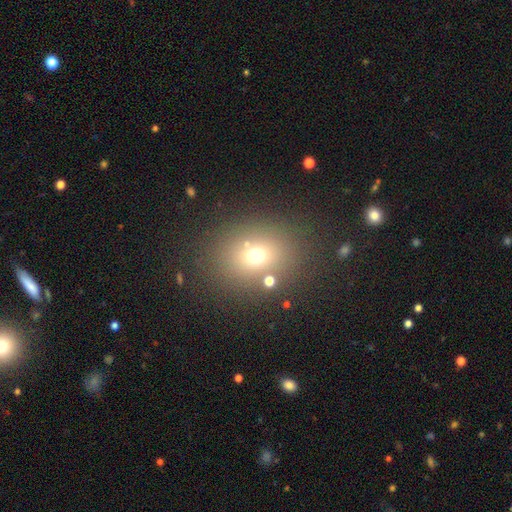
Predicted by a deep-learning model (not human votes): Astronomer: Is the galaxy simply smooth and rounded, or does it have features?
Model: smooth — 67%.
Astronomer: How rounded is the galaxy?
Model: round — 59% (runner-up: in between, 40%).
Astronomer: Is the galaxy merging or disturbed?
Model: none — 75%.